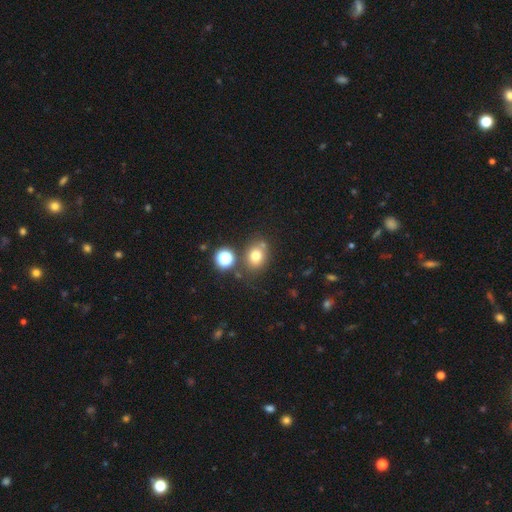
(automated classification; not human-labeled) A smooth galaxy with no disk features (72%) that is round (57%). Merging: none (68%).